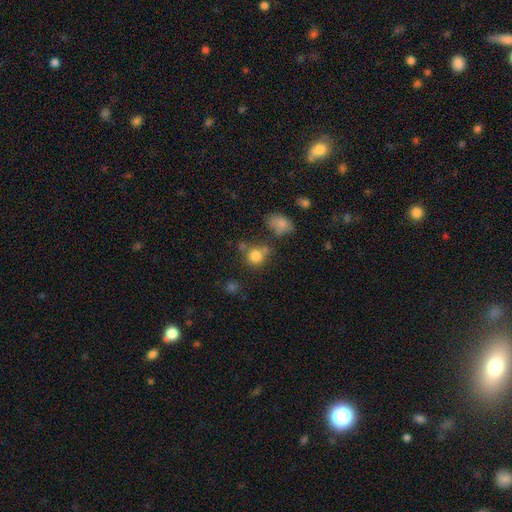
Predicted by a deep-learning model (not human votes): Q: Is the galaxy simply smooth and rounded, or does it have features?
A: smooth — 80%.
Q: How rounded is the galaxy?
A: round — 81%.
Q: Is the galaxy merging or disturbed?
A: none — 59%.